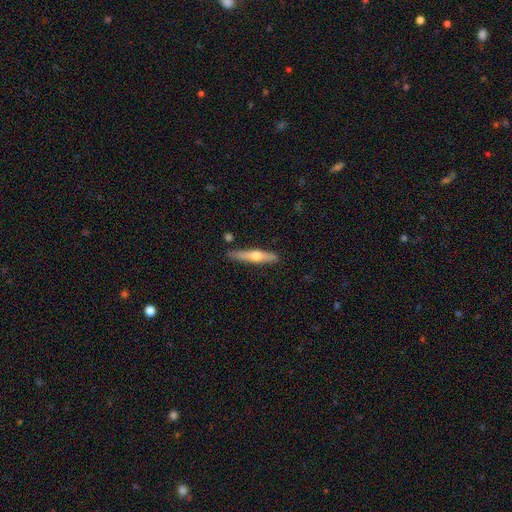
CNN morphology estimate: Smooth or featured: featured or disk — 54% (smooth — 41%)
Edge-on disk: yes — 94% (no — 6%)
Edge-on bulge: rounded — 92% (none — 5%)
Merging: none — 85% (minor disturbance — 10%)